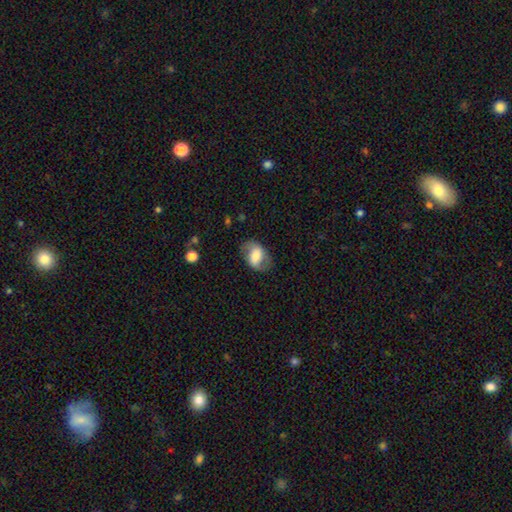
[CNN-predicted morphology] This appears to be a smooth galaxy with no disk features (52%) that is in between round and cigar-shaped (84%). Merging: none (70%).